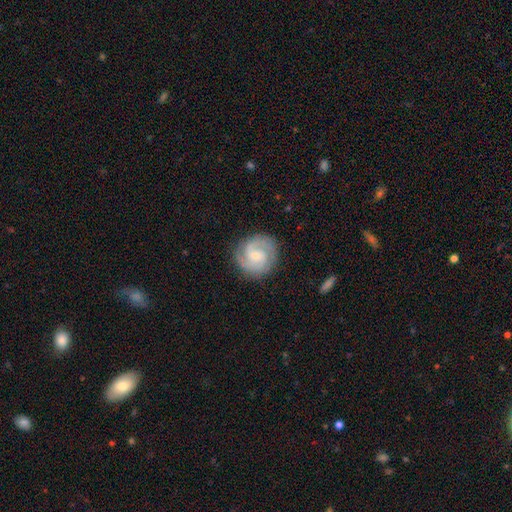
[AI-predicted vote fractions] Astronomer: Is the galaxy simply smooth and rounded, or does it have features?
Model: featured or disk — 85%.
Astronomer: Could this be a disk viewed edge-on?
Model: no — 98%.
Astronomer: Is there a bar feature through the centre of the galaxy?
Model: weak — 46% (runner-up: no, 45%).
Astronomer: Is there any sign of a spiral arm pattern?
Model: yes — 98%.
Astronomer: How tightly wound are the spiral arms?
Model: tight — 57% (runner-up: medium, 38%).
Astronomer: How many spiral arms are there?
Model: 2 — 66%.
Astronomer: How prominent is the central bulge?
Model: small — 68%.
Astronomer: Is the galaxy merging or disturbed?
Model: none — 85%.